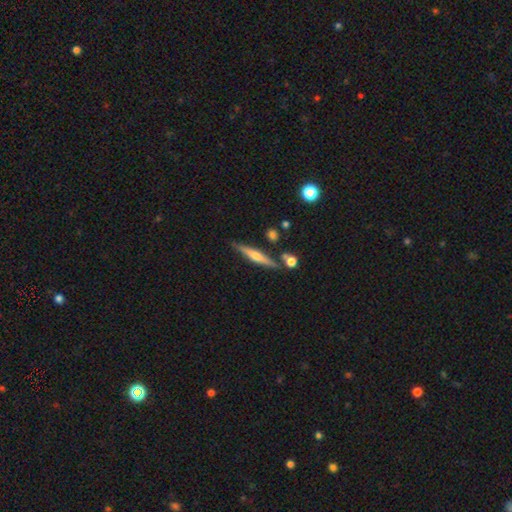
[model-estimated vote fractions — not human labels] Smooth or featured: featured or disk — 62% (smooth — 31%)
Edge-on disk: yes — 96% (no — 4%)
Edge-on bulge: rounded — 78% (none — 13%)
Merging: none — 79% (minor disturbance — 11%)